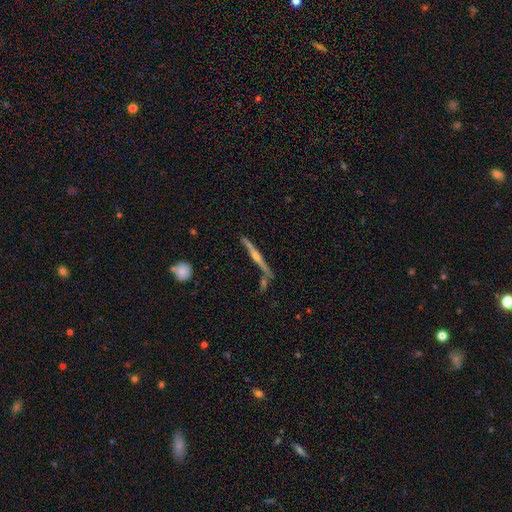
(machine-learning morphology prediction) type=featured or disk (81%); edge-on=yes (98%); edge-on bulge=rounded (84%); merging=none (81%).